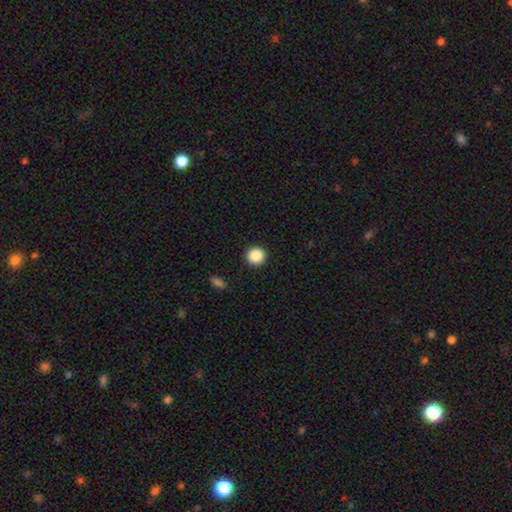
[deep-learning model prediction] Smooth or featured? Predicted: smooth (p=0.88). How rounded? Predicted: round (p=0.94). Merging? Predicted: none (p=0.92).